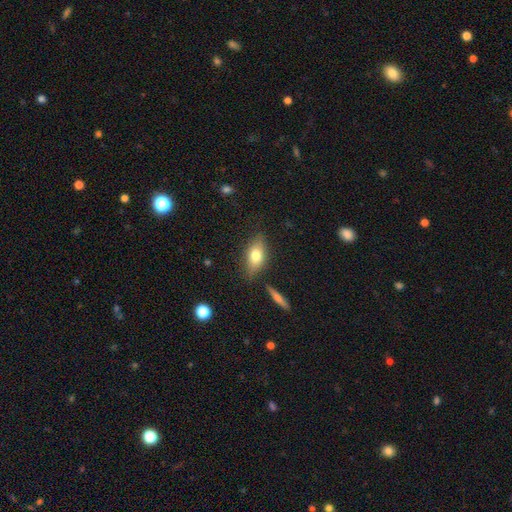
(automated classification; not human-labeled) The model was most divided on "smooth or featured": smooth: 69%, featured or disk: 23%, star or artifact: 8%. More confident: how rounded — in between (81%); merging — none (77%).